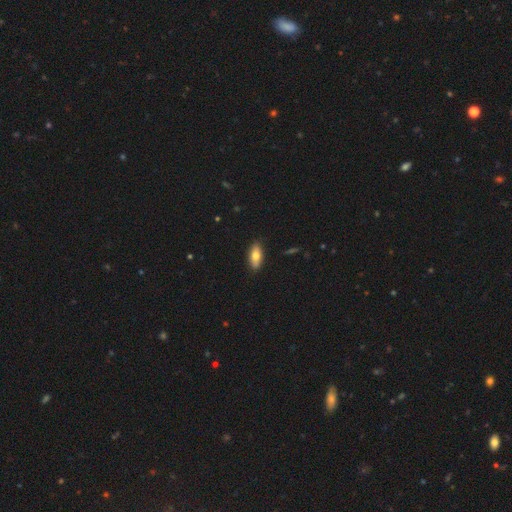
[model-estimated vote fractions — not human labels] Overall: smooth (74%). How rounded: in between (81%). Merging: none (88%).